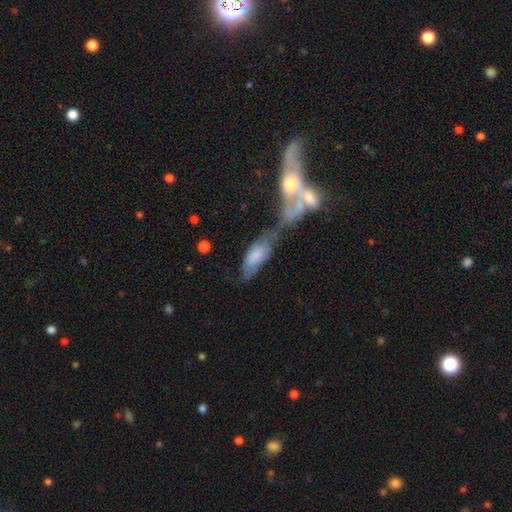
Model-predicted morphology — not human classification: This appears to be a smooth galaxy with no disk features (68%) that is in between round and cigar-shaped (79%). Merging: merger (56%).